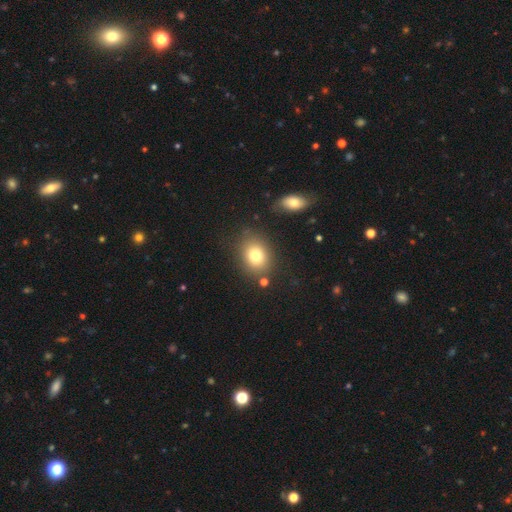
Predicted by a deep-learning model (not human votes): Q: Smooth or featured?
A: smooth (79%); runner-up: star or artifact (11%)
Q: How rounded?
A: in between (54%); runner-up: round (44%)
Q: Merging?
A: none (79%); runner-up: minor disturbance (11%)